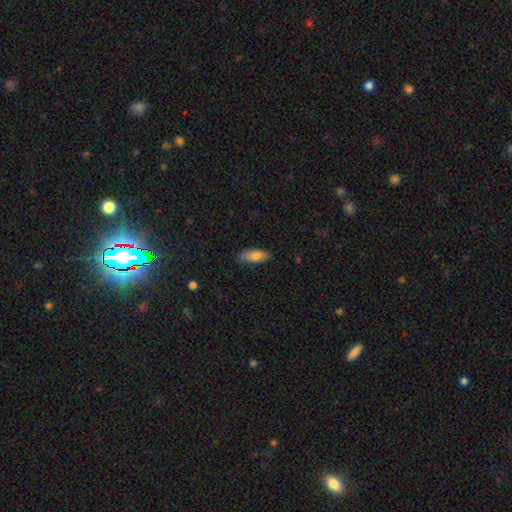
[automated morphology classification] A smooth galaxy with no disk features (79%) that is in between round and cigar-shaped (72%). Merging: none (81%).